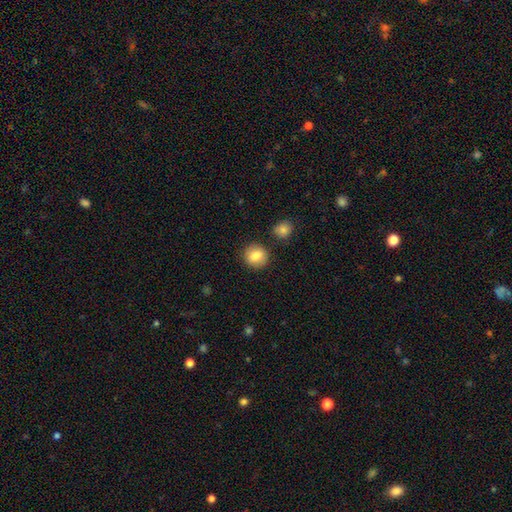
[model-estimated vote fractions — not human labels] Smooth or featured: smooth — 84% (star or artifact — 8%)
How rounded: round — 88% (in between — 11%)
Merging: none — 85% (minor disturbance — 8%)